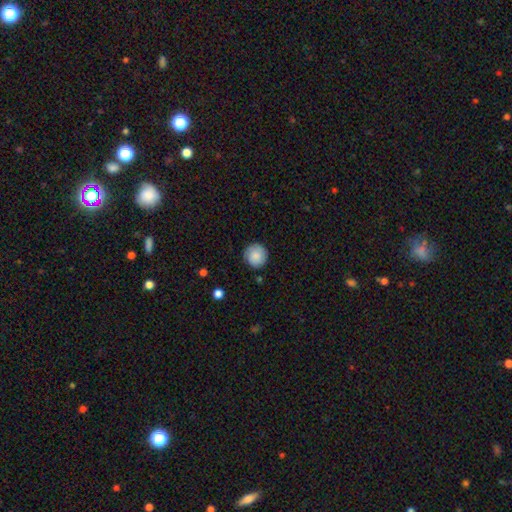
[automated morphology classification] The model was most divided on "merging": none: 86%, minor disturbance: 10%, major disturbance: 2%, merger: 1%. More confident: how rounded — round (94%); smooth or featured — smooth (84%).